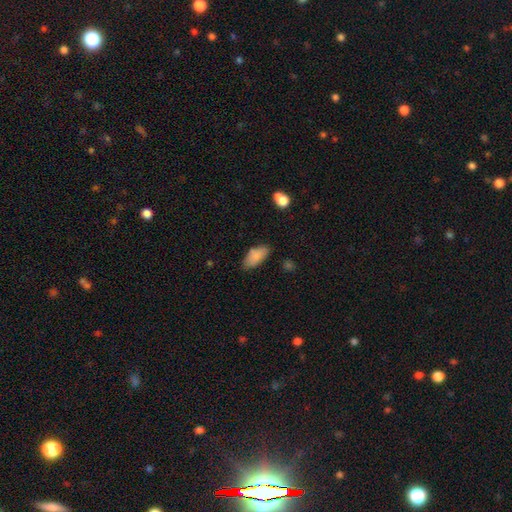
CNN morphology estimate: This is clearly a smooth galaxy (86%). How rounded: clearly in between (89%). Merging: likely none (73%).